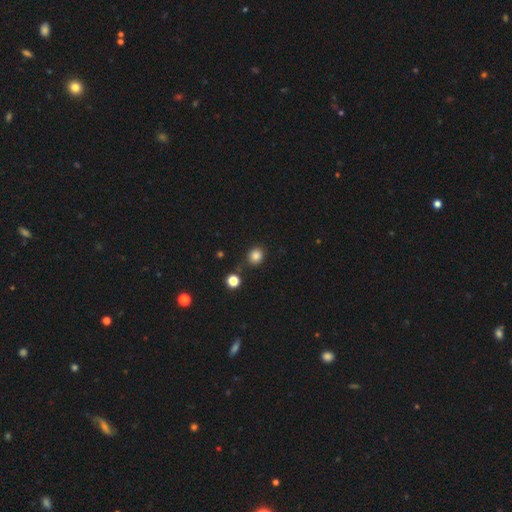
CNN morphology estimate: Overall: smooth (84%). How rounded: round (82%). Merging: none (78%).